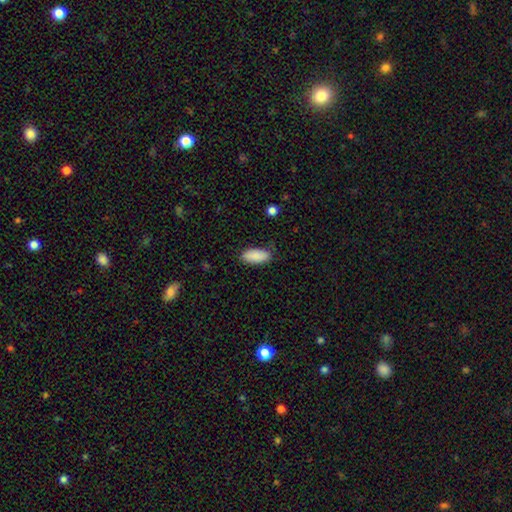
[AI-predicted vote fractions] Morphology: type=smooth (89%); roundness=in between (89%); merging=none (79%).